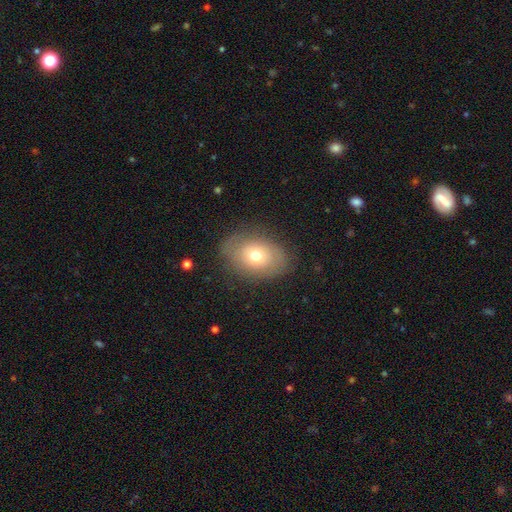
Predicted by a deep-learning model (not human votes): A smooth galaxy with no disk features (66%) that is in between round and cigar-shaped (73%). Merging: none (79%).